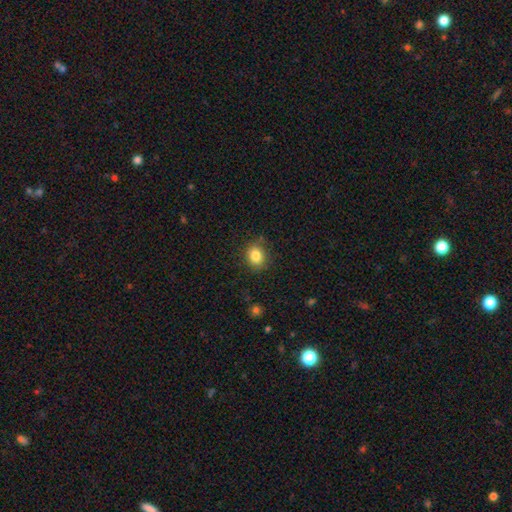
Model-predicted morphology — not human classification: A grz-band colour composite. It shows a smooth galaxy with no disk features (84%) that is round (60%). Merging: none (82%).